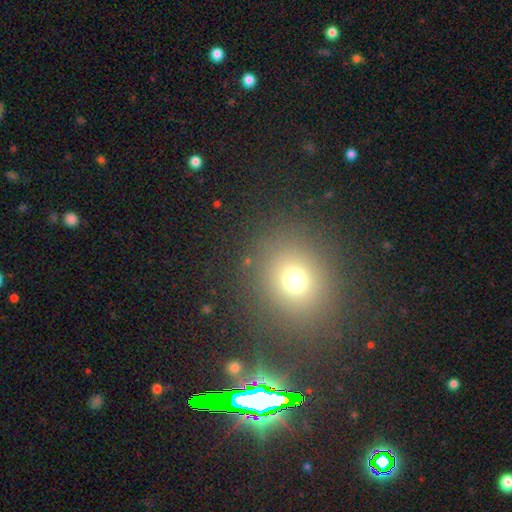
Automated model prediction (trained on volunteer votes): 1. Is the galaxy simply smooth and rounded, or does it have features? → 51% smooth, 39% star or artifact, 10% featured or disk.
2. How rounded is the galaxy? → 72% round, 26% in between, 2% cigar-shaped.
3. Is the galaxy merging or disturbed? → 88% none, 7% minor disturbance, 3% major disturbance, 2% merger.